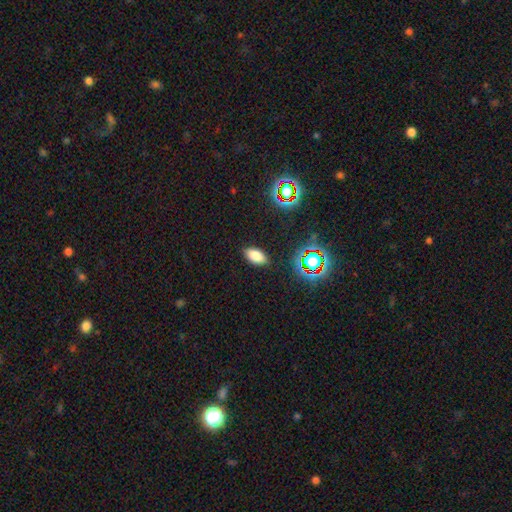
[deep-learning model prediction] Q: Smooth or featured?
A: smooth (76%); runner-up: star or artifact (16%)
Q: How rounded?
A: in between (92%); runner-up: round (5%)
Q: Merging?
A: none (87%); runner-up: minor disturbance (9%)